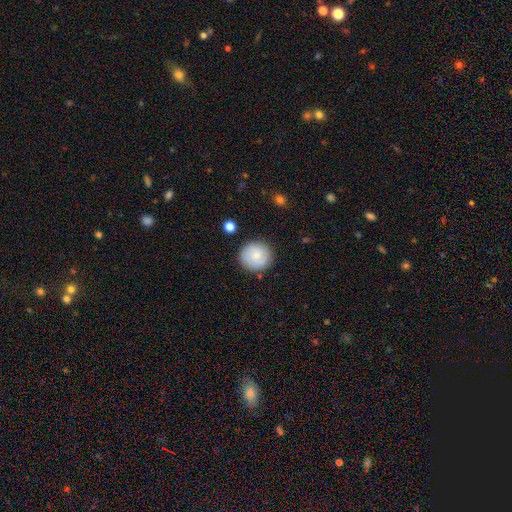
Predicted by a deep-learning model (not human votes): Smooth or featured? smooth (77%)
How rounded? round (92%)
Merging? none (87%)